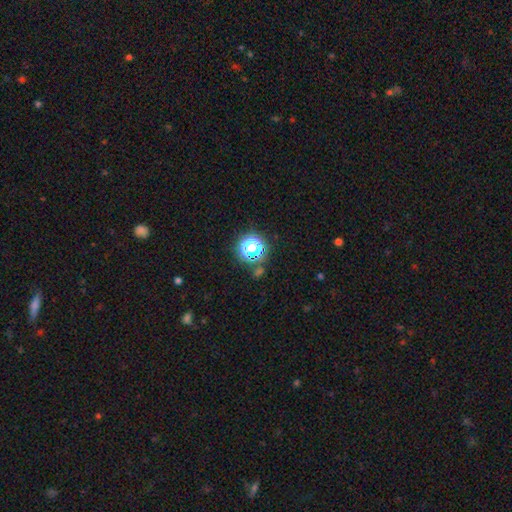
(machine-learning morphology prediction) Smooth or featured?
  - star or artifact: 70% *
  - smooth: 23%
  - featured or disk: 7%